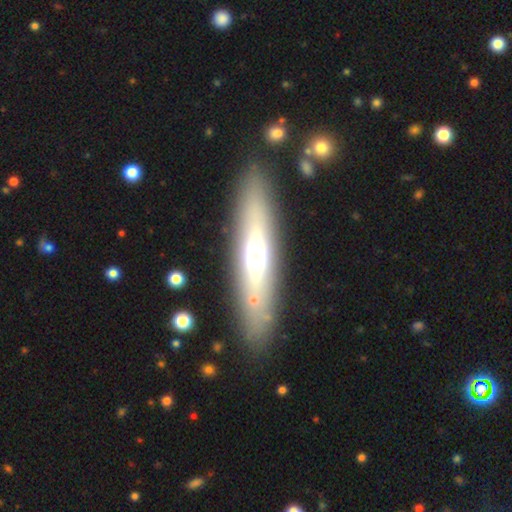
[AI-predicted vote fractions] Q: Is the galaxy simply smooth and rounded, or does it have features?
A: featured or disk — 51%.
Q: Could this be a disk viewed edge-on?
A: yes — 77%.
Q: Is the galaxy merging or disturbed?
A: none — 85%.